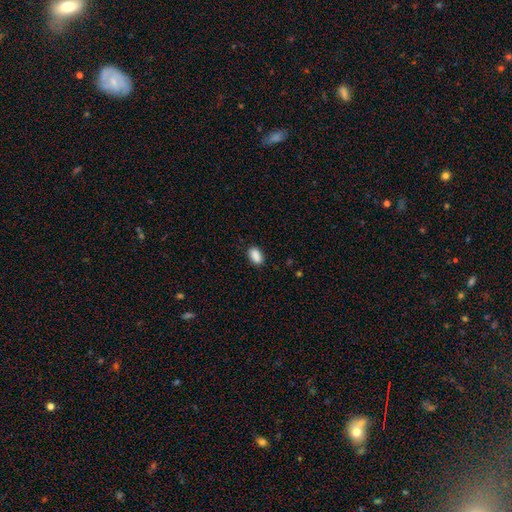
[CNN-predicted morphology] Smooth or featured: smooth — 89% (star or artifact — 8%)
How rounded: in between — 90% (round — 7%)
Merging: none — 86% (minor disturbance — 10%)